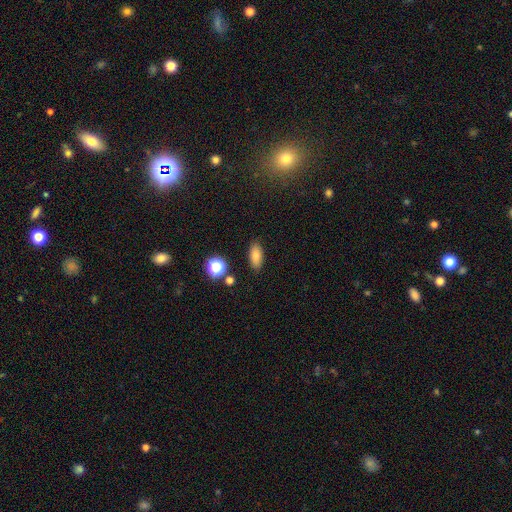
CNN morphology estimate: Smooth or featured? smooth (81%)
How rounded? in between (82%)
Merging? none (86%)